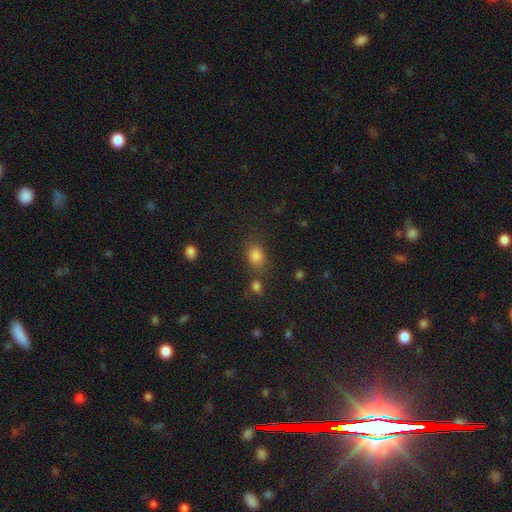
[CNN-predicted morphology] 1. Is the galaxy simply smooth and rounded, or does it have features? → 82% smooth, 13% star or artifact, 6% featured or disk.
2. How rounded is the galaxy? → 64% in between, 34% round, 2% cigar-shaped.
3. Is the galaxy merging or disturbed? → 70% none, 14% minor disturbance, 11% merger, 5% major disturbance.